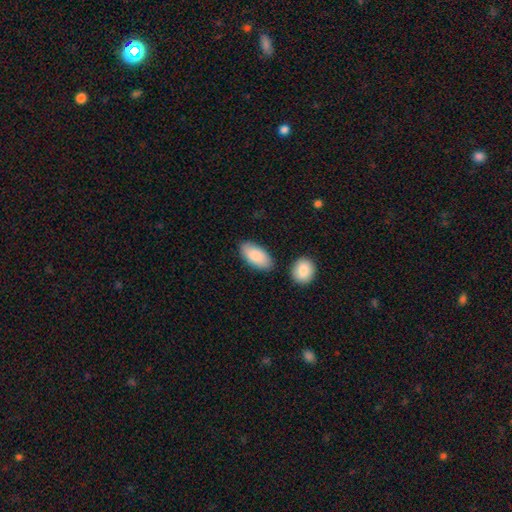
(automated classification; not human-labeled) This is clearly a smooth galaxy (87%). How rounded: clearly in between (93%). Merging: likely none (76%).